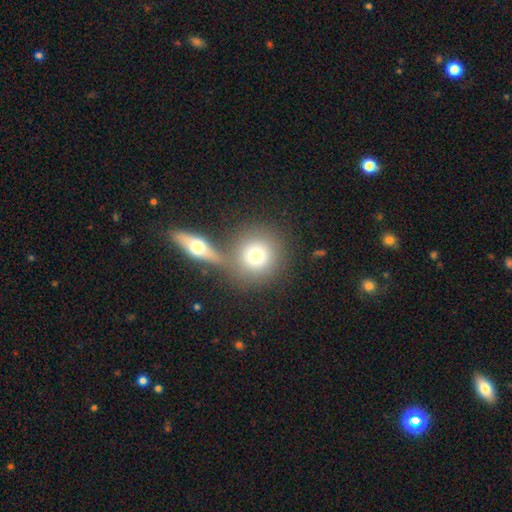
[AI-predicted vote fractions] smooth 72%, featured or disk 20%, star or artifact 9%. Down the decision tree: how rounded — round (88%); merging — none (54%).